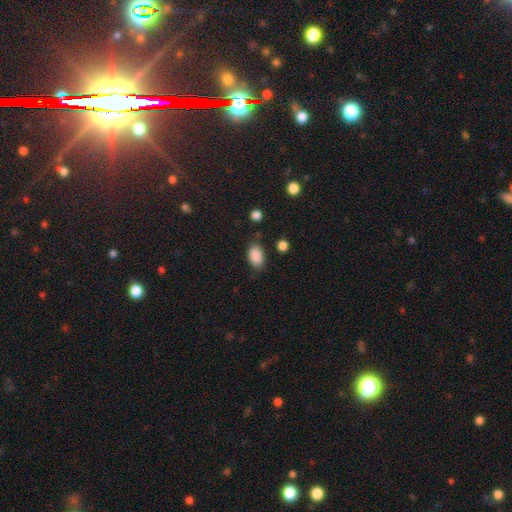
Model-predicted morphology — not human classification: Smooth or featured?
  - smooth: 88% *
  - star or artifact: 8%
  - featured or disk: 3%
How rounded?
  - in between: 87% *
  - round: 12%
  - cigar-shaped: 1%
Merging?
  - none: 75% *
  - minor disturbance: 18%
  - major disturbance: 5%
  - merger: 3%